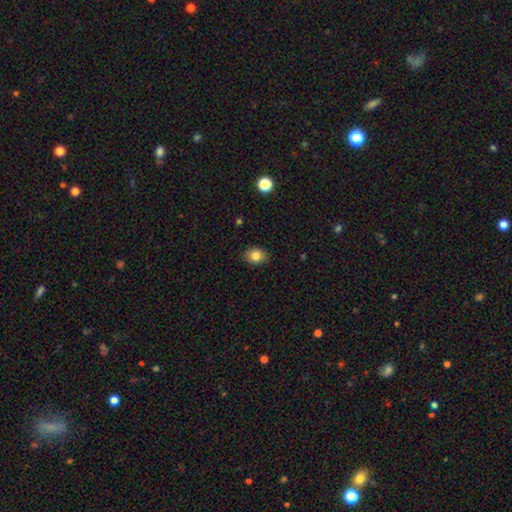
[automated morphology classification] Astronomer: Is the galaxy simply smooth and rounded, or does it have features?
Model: smooth — 83%.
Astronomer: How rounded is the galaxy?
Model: in between — 53% (runner-up: round, 46%).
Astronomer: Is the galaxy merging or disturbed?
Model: none — 85%.